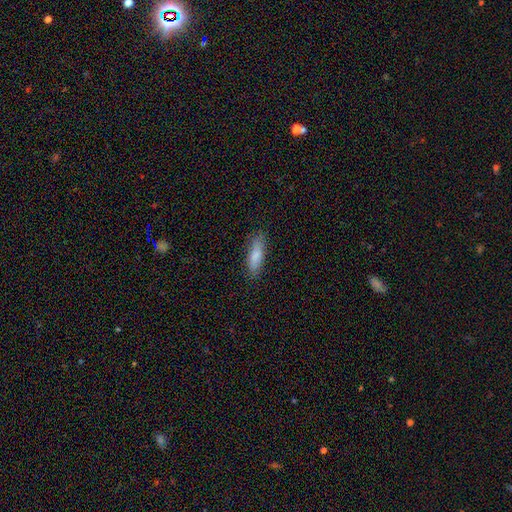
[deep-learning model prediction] Smooth or featured: smooth — 82% (featured or disk — 12%)
How rounded: in between — 55% (cigar-shaped — 43%)
Merging: none — 81% (minor disturbance — 15%)